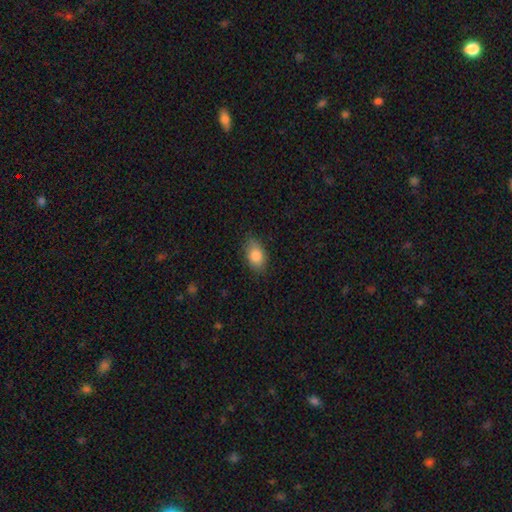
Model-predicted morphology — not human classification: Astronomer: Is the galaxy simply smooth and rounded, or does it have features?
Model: smooth — 85%.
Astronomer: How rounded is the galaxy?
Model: in between — 89%.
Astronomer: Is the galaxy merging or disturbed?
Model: none — 81%.